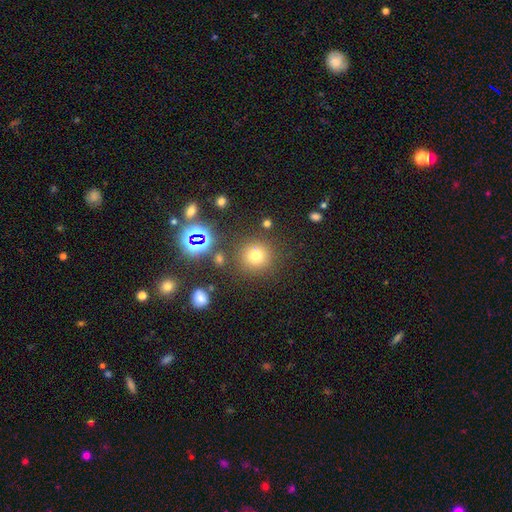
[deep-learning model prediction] Smooth or featured?
  - smooth: 70% *
  - star or artifact: 22%
  - featured or disk: 8%
How rounded?
  - round: 94% *
  - in between: 5%
  - cigar-shaped: 1%
Merging?
  - none: 84% *
  - minor disturbance: 8%
  - merger: 4%
  - major disturbance: 4%